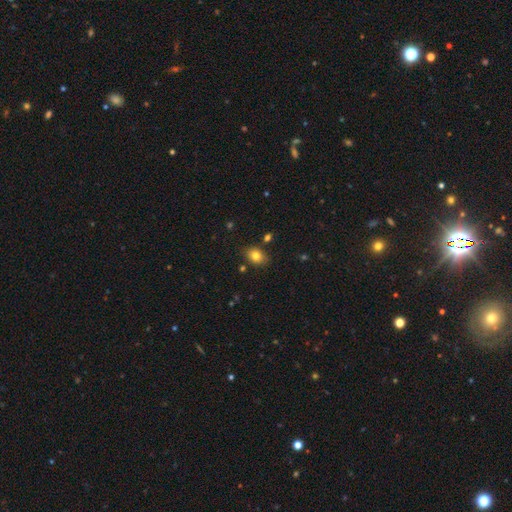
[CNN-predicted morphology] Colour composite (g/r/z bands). It shows a smooth galaxy with no disk features (80%) that is in between round and cigar-shaped (74%). Merging: none (82%).